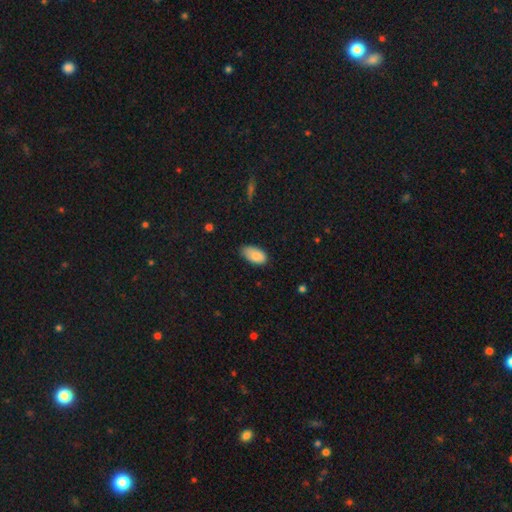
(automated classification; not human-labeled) Smooth or featured? Predicted: smooth (p=0.86). How rounded? Predicted: in between (p=0.94). Merging? Predicted: none (p=0.65).